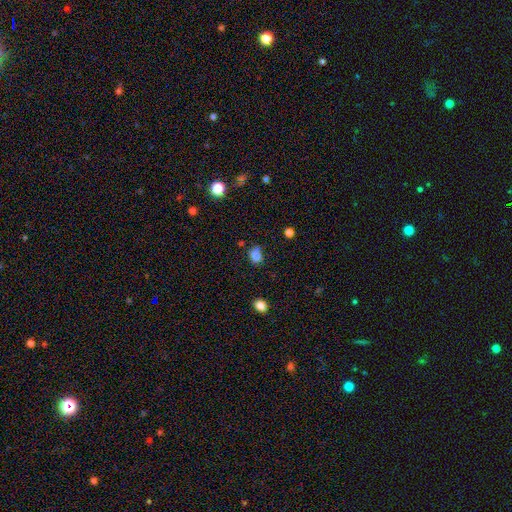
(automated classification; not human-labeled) Smooth or featured: smooth — 82% (star or artifact — 12%)
How rounded: in between — 53% (round — 46%)
Merging: none — 55% (minor disturbance — 30%)